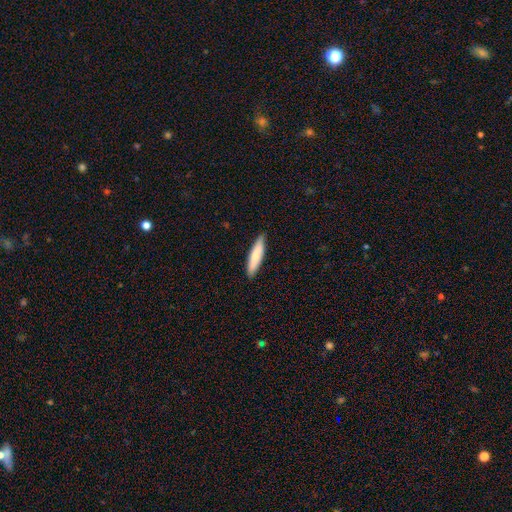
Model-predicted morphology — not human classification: This appears to be a smooth galaxy with no disk features (76%) that is cigar-shaped (80%). Merging: none (88%).